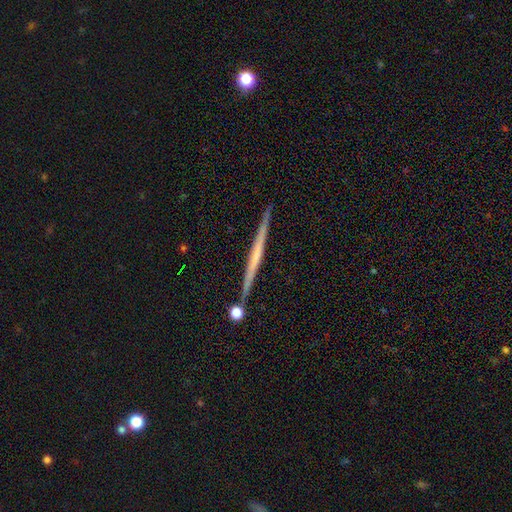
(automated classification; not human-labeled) featured or disk 65%, smooth 28%, star or artifact 7%. Down the decision tree: edge-on disk — yes (98%); edge-on bulge — none (80%); merging — none (89%).